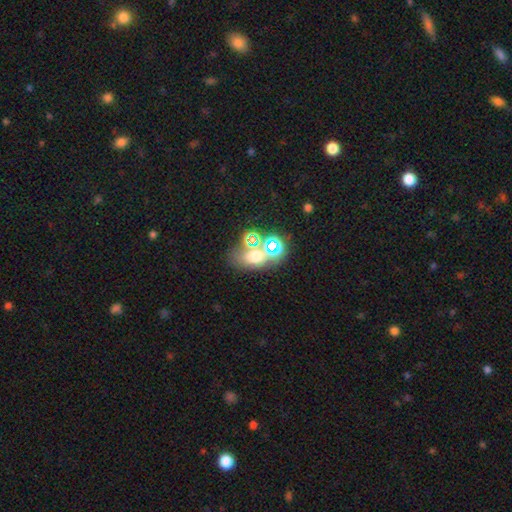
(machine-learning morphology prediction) smooth-or-featured: smooth: 52% | star or artifact: 31% | featured or disk: 17%
  how-rounded: in between: 65% | round: 33% | cigar-shaped: 2%
  merging: none: 48% | merger: 33% | minor disturbance: 12% | major disturbance: 7%